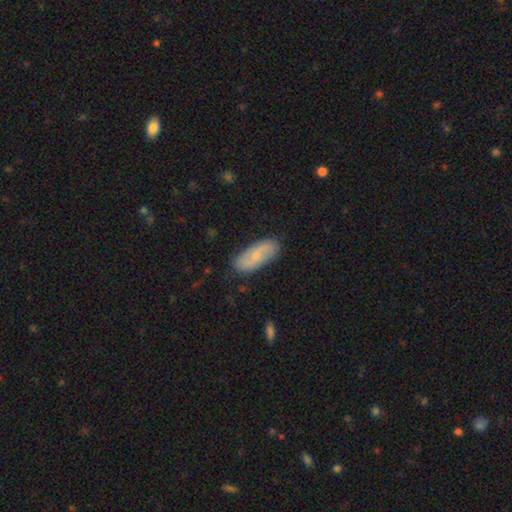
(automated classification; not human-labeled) A smooth galaxy with no disk features (50%). Merging: none (83%).